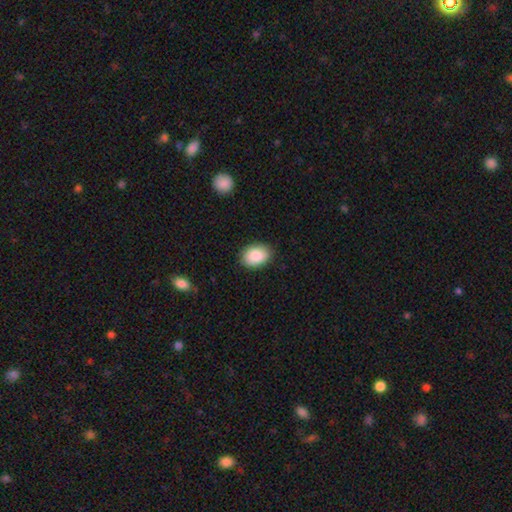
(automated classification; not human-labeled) A smooth galaxy with no disk features (88%) that is in between round and cigar-shaped (82%). Merging: none (87%).